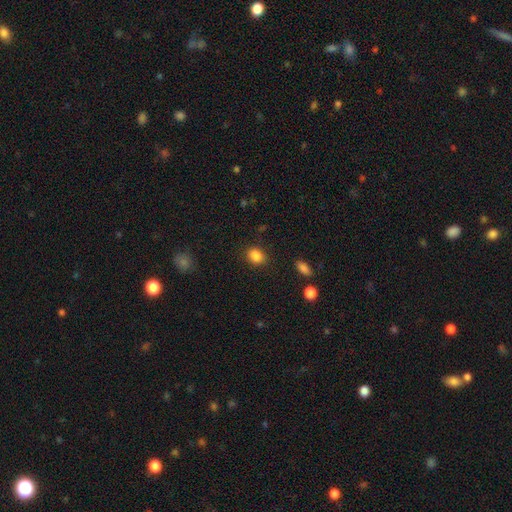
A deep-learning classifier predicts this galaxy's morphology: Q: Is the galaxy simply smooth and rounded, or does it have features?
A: smooth — 86%.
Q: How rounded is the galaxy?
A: in between — 59%.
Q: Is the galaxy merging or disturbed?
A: none — 81%.